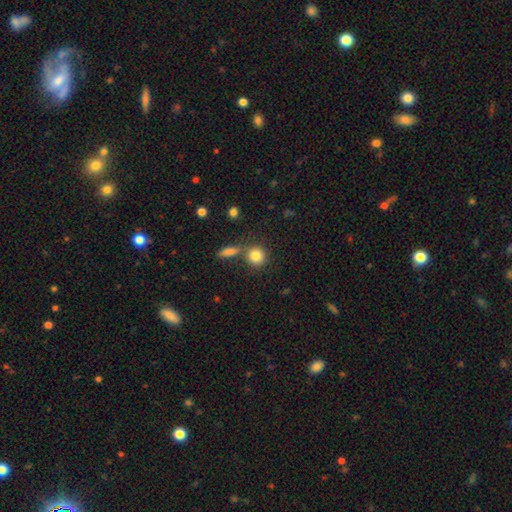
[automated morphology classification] The model was most divided on "merging": none: 66%, merger: 21%, minor disturbance: 10%, major disturbance: 4%. More confident: how rounded — round (86%); smooth or featured — smooth (84%).